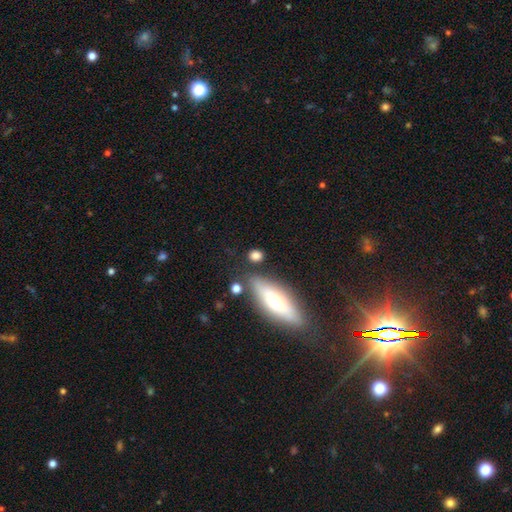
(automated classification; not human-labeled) smooth 77%, featured or disk 12%, star or artifact 10%. Down the decision tree: how rounded — round (50%); merging — none (75%).